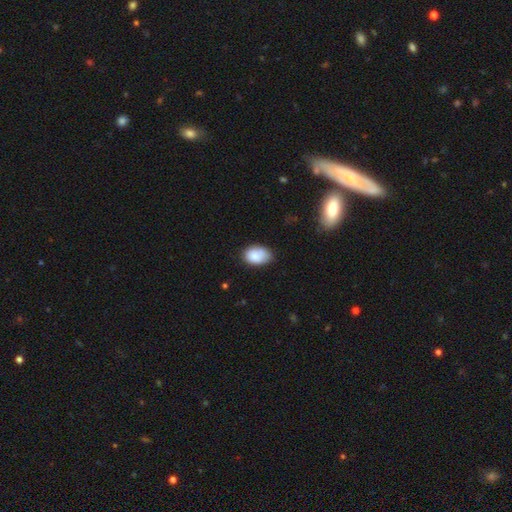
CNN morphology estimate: Q: Smooth or featured?
A: smooth (82%); runner-up: featured or disk (10%)
Q: How rounded?
A: in between (86%); runner-up: round (13%)
Q: Merging?
A: none (62%); runner-up: minor disturbance (29%)